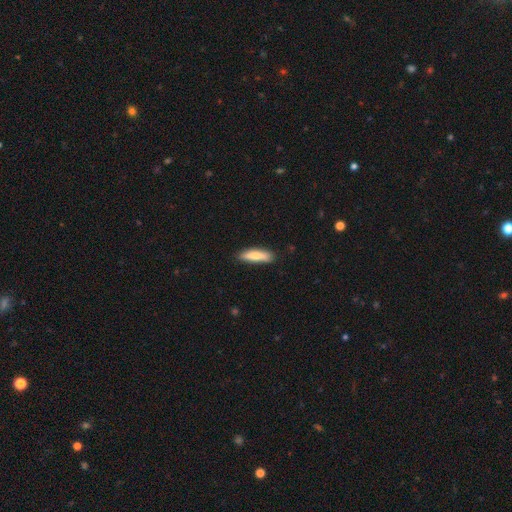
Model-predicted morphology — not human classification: The model was most divided on "how rounded": cigar-shaped: 69%, in between: 29%, round: 2%. More confident: merging — none (82%); smooth or featured — smooth (77%).